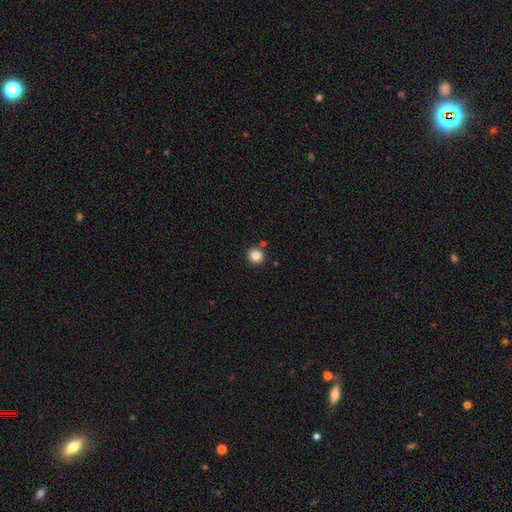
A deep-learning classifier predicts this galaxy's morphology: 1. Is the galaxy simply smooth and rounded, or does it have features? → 85% smooth, 11% star or artifact, 4% featured or disk.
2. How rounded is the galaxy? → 93% round, 6% in between, 1% cigar-shaped.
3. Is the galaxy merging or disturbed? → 86% none, 7% minor disturbance, 5% merger, 2% major disturbance.